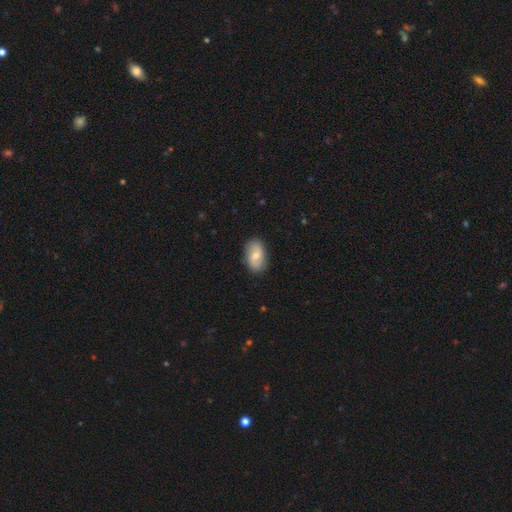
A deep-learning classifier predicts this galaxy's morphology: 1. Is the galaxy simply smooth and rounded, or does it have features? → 61% smooth, 33% featured or disk, 6% star or artifact.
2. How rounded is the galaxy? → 91% in between, 7% round, 2% cigar-shaped.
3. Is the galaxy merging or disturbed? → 84% none, 12% minor disturbance, 3% major disturbance, 1% merger.